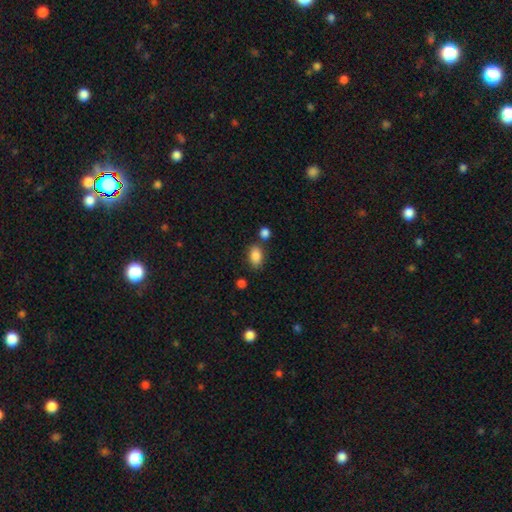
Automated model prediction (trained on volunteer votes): This appears to be a smooth galaxy with no disk features (86%) that is in between round and cigar-shaped (86%). Merging: none (72%).